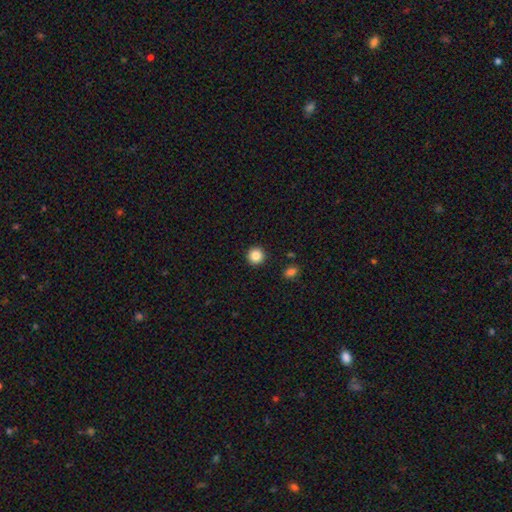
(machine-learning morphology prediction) smooth-or-featured: smooth: 86% | star or artifact: 10% | featured or disk: 4%
  how-rounded: round: 95% | in between: 4% | cigar-shaped: 1%
  merging: none: 93% | minor disturbance: 4% | major disturbance: 2% | merger: 1%